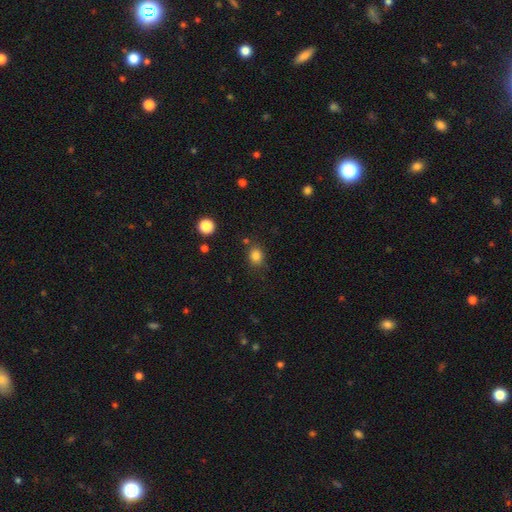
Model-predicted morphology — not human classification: Overall: smooth (83%). How rounded: round (61%; in between 38%). Merging: none (78%).